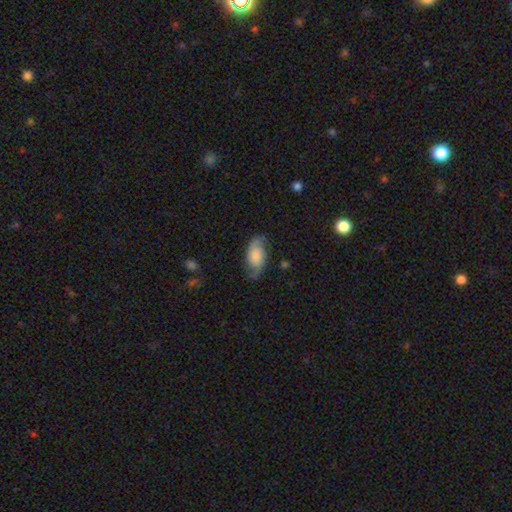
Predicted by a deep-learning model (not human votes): This is possibly a featured or disk galaxy (51%). It is clearly not viewed edge-on (94%). Merging: likely none (68%).